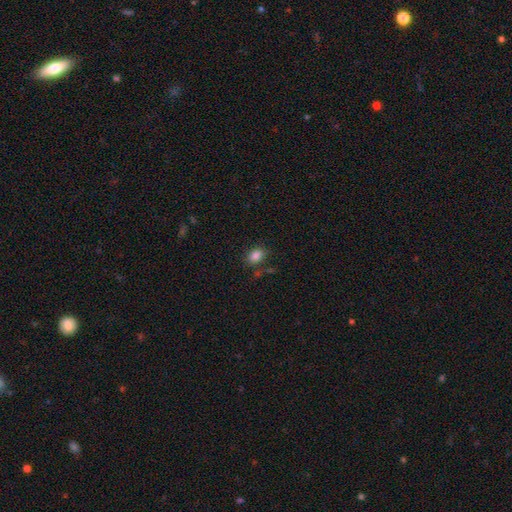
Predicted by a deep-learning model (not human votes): A smooth galaxy with no disk features (84%) that is in between round and cigar-shaped (76%). Merging: none (76%).